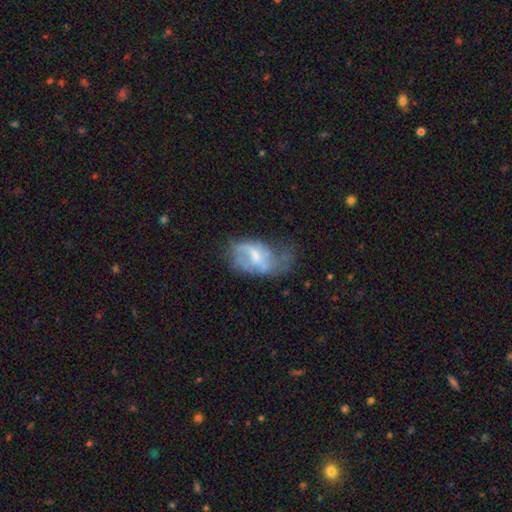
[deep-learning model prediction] smooth-or-featured: featured or disk: 63% | smooth: 28% | star or artifact: 9%
  disk-edge-on: no: 96% | yes: 4%
    bar: weak: 48% | no: 37% | strong: 16%
    has-spiral-arms: yes: 57% | no: 43%
    bulge-size: moderate: 39% | small: 36% | none: 20% | large: 5% | dominant: 1%
  merging: major disturbance: 35% | minor disturbance: 30% | none: 30% | merger: 5%